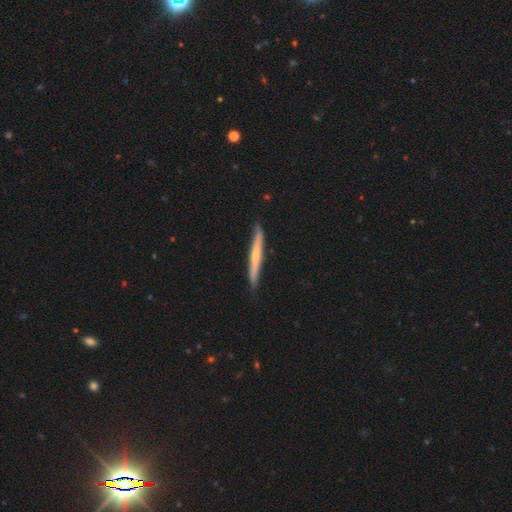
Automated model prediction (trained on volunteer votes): Smooth or featured: featured or disk — 51% (smooth — 44%)
Edge-on disk: yes — 96% (no — 4%)
Merging: none — 88% (minor disturbance — 9%)